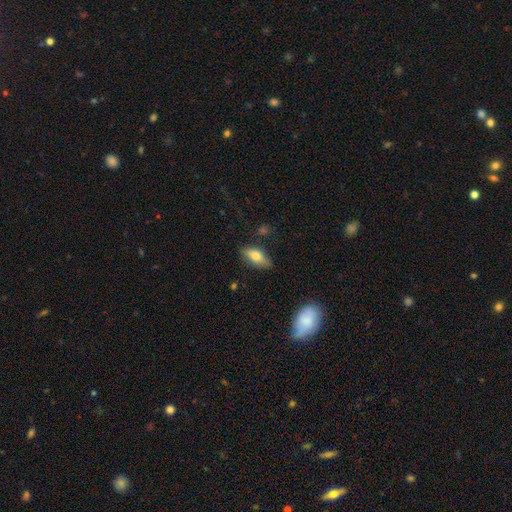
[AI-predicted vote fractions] A smooth galaxy with no disk features (78%) that is in between round and cigar-shaped (85%).

Vote fractions:
- Smooth or featured? smooth: 78% / featured or disk: 15% / star or artifact: 7%
- How rounded? in between: 85% / cigar-shaped: 12% / round: 3%
- Merging? none: 80% / minor disturbance: 15% / major disturbance: 3% / merger: 2%